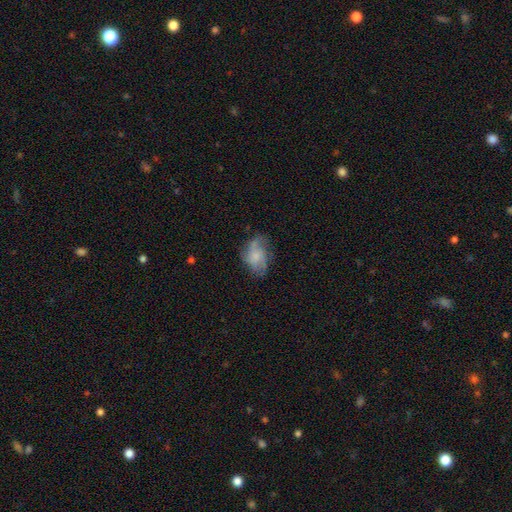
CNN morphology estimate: Smooth or featured? Predicted: featured or disk (p=0.56). Edge-on disk? Predicted: no (p=0.97). Bar? Predicted: no (p=0.77). Spiral arms? Predicted: yes (p=0.84). Bulge size? Predicted: small (p=0.47). Merging? Predicted: none (p=0.59).